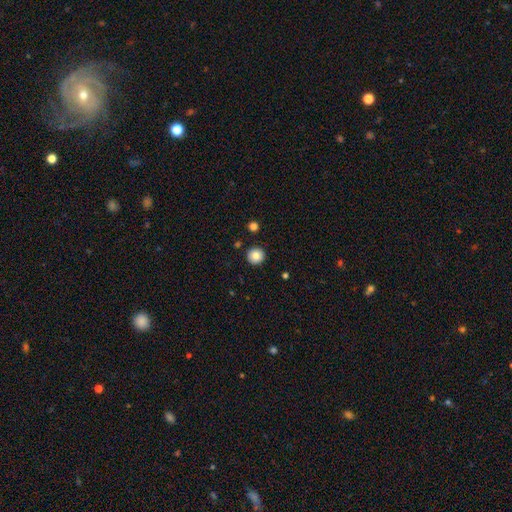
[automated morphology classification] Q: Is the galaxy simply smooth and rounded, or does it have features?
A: smooth — 82%.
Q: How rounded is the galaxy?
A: round — 95%.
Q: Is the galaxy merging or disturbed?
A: none — 92%.